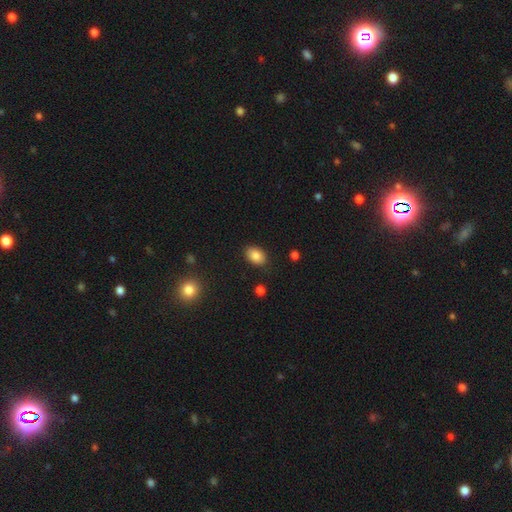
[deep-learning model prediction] A smooth galaxy with no disk features (85%) that is in between round and cigar-shaped (81%). Merging: none (86%).